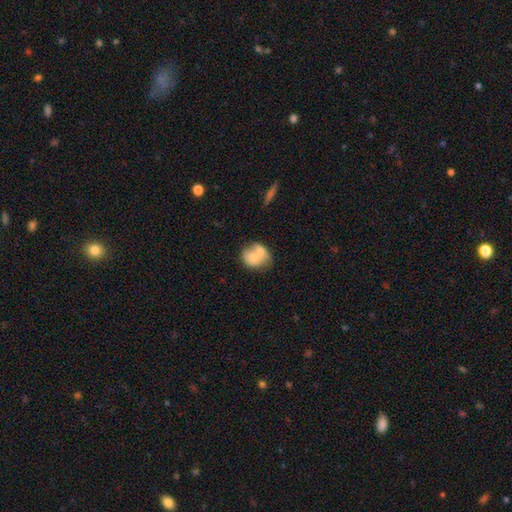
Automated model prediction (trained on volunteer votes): The model was most divided on "how rounded": round: 53%, in between: 46%, cigar-shaped: 1%. More confident: smooth or featured — smooth (70%); merging — merger (54%).